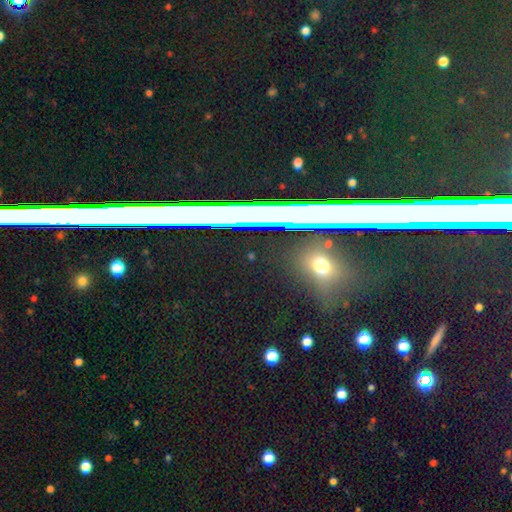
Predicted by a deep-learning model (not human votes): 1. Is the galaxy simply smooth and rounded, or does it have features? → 58% star or artifact, 23% smooth, 19% featured or disk.